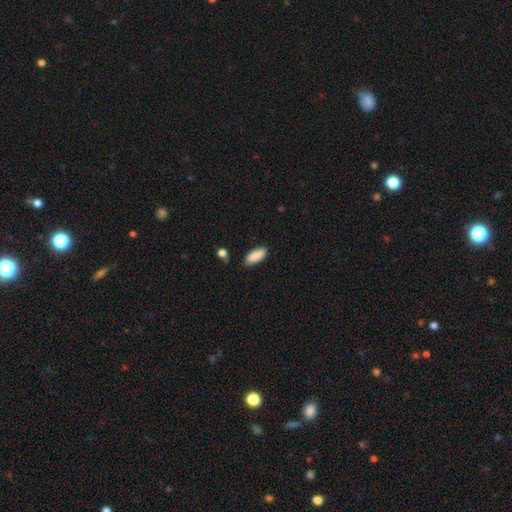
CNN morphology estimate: This appears to be a smooth galaxy with no disk features (89%) that is in between round and cigar-shaped (75%). Merging: none (83%).